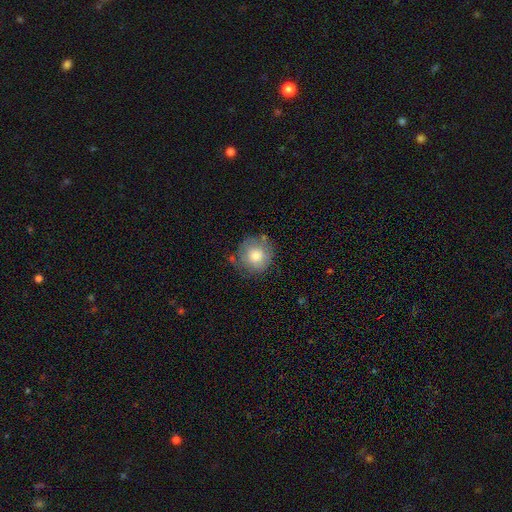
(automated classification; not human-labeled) smooth-or-featured: smooth: 73% | featured or disk: 19% | star or artifact: 8%
  how-rounded: round: 92% | in between: 7% | cigar-shaped: 1%
  merging: none: 68% | minor disturbance: 21% | major disturbance: 6% | merger: 4%